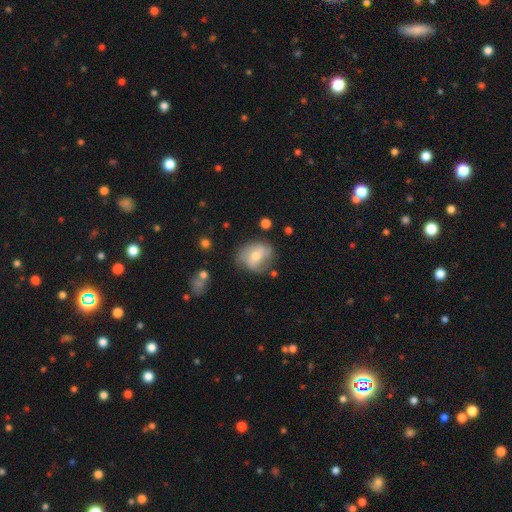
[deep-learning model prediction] Smooth or featured: featured or disk — 47% (smooth — 45%)
Merging: none — 59% (minor disturbance — 26%)